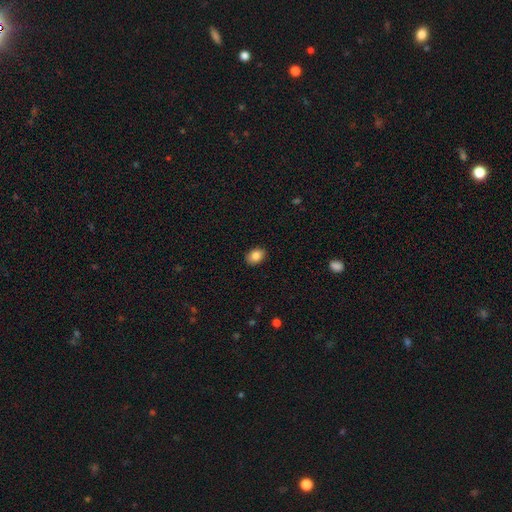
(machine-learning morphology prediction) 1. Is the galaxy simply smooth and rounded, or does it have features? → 85% smooth, 8% star or artifact, 6% featured or disk.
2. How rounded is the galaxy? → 75% in between, 24% round, 1% cigar-shaped.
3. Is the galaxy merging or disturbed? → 89% none, 8% minor disturbance, 2% major disturbance, 1% merger.